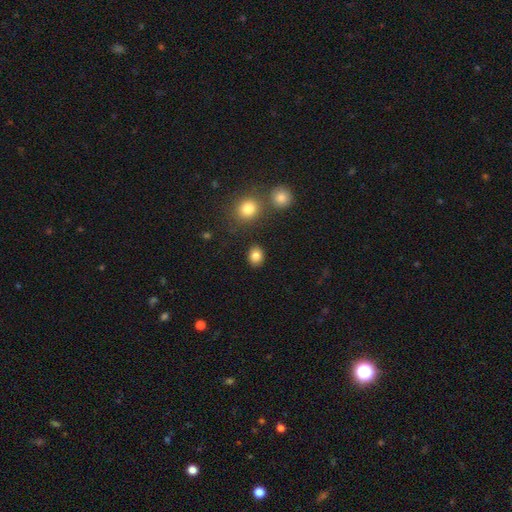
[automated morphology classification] Smooth or featured? Predicted: smooth (p=0.84). How rounded? Predicted: round (p=0.55). Merging? Predicted: none (p=0.87).